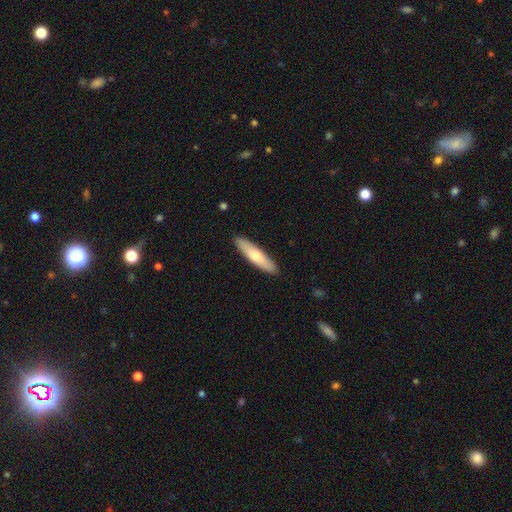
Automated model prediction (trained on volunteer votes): Smooth or featured? Predicted: smooth (p=0.67). How rounded? Predicted: cigar-shaped (p=0.79). Merging? Predicted: none (p=0.90).